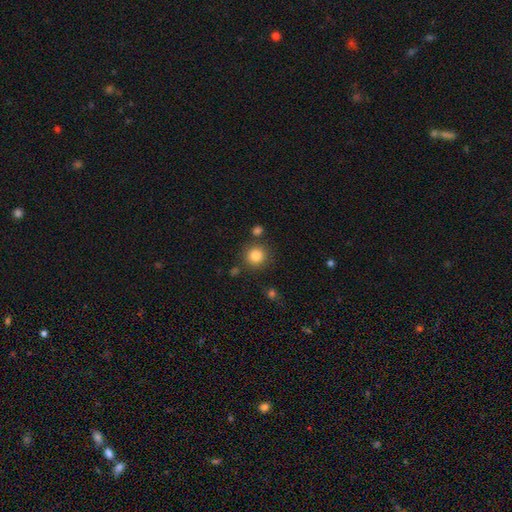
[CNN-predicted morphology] Smooth or featured: smooth — 84% (star or artifact — 11%)
How rounded: round — 92% (in between — 7%)
Merging: none — 83% (minor disturbance — 8%)